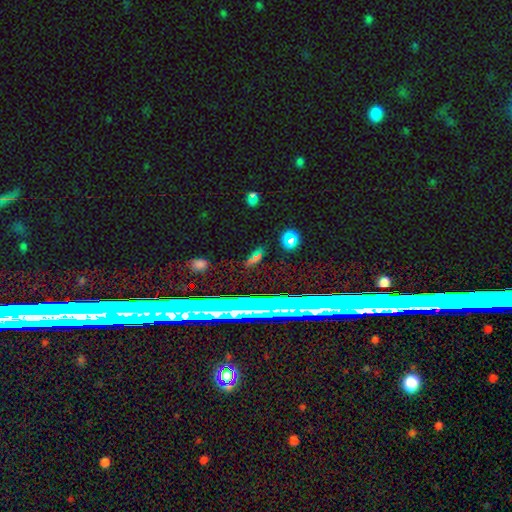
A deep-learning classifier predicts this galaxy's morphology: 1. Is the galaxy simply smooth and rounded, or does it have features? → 45% smooth, 33% star or artifact, 23% featured or disk.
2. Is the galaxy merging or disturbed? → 74% none, 15% minor disturbance, 7% major disturbance, 5% merger.